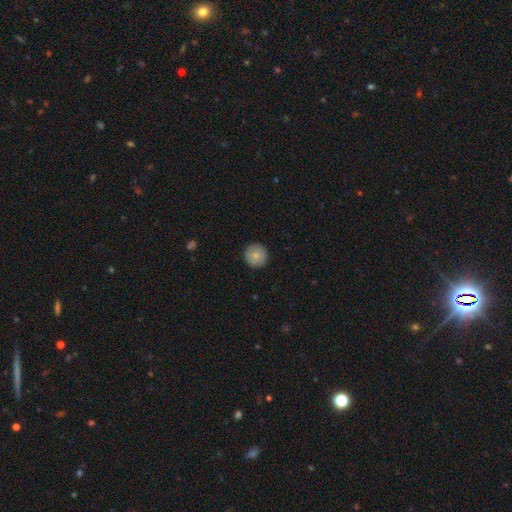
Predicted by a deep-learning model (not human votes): A smooth galaxy with no disk features (80%) that is round (96%). Merging: none (91%).